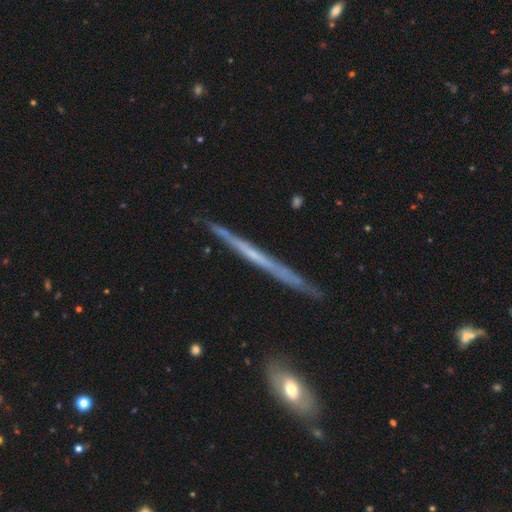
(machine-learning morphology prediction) Smooth or featured? Predicted: featured or disk (p=0.65). Edge-on disk? Predicted: yes (p=0.96). Edge-on bulge? Predicted: none (p=0.86). Merging? Predicted: none (p=0.86).